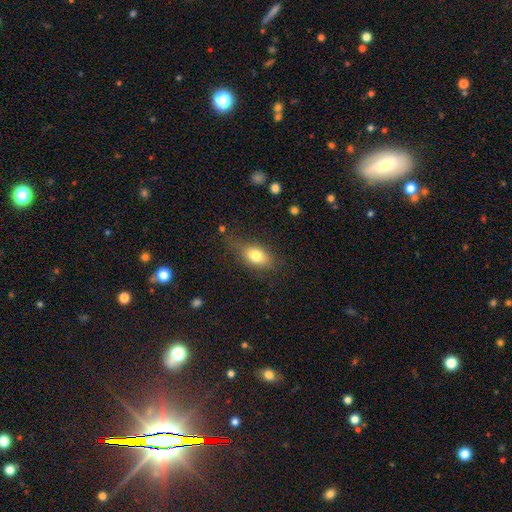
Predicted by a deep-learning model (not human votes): Q: Smooth or featured?
A: smooth (77%); runner-up: featured or disk (14%)
Q: How rounded?
A: in between (82%); runner-up: round (12%)
Q: Merging?
A: none (66%); runner-up: minor disturbance (23%)